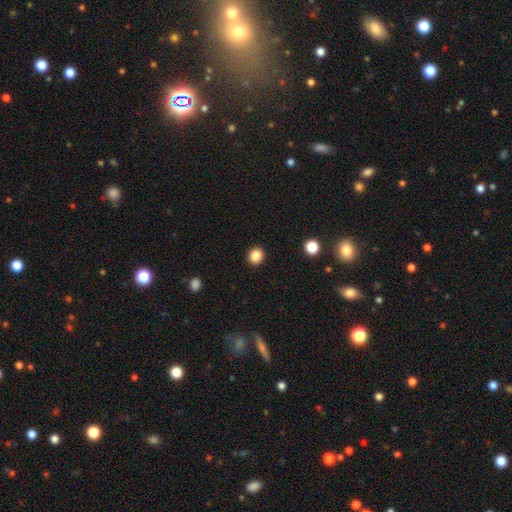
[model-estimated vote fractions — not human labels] Smooth or featured? Predicted: smooth (p=0.86). How rounded? Predicted: round (p=0.84). Merging? Predicted: none (p=0.92).